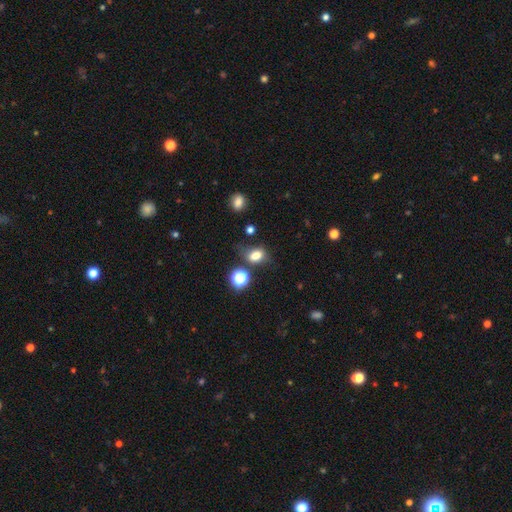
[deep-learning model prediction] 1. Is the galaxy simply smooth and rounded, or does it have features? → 75% smooth, 15% star or artifact, 10% featured or disk.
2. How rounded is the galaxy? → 69% in between, 29% round, 2% cigar-shaped.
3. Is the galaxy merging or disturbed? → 58% none, 23% minor disturbance, 10% major disturbance, 10% merger.